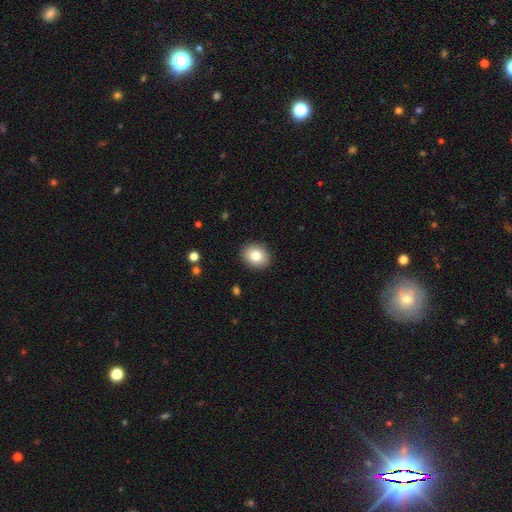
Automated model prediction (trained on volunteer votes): Smooth or featured: smooth — 80% (featured or disk — 11%)
How rounded: round — 59% (in between — 40%)
Merging: none — 91% (minor disturbance — 6%)